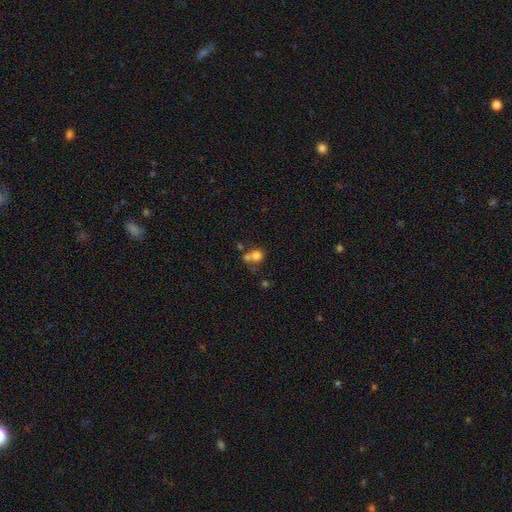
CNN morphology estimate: The model was most divided on "merging": merger: 47%, none: 38%, minor disturbance: 9%, major disturbance: 6%. More confident: how rounded — round (78%); smooth or featured — smooth (74%).